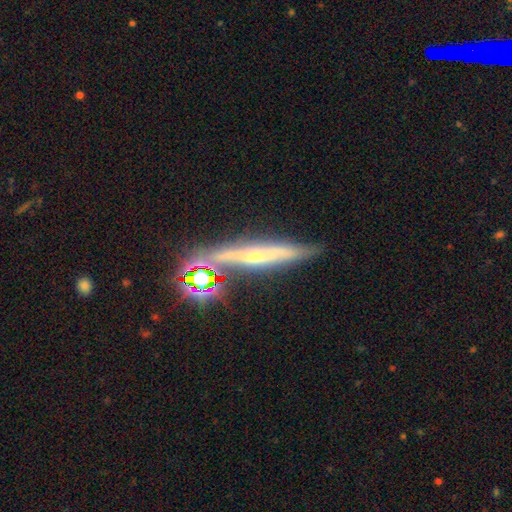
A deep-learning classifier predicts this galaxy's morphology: Smooth or featured? Predicted: featured or disk (p=0.66). Edge-on disk? Predicted: yes (p=0.91). Edge-on bulge? Predicted: rounded (p=0.67). Merging? Predicted: none (p=0.73).